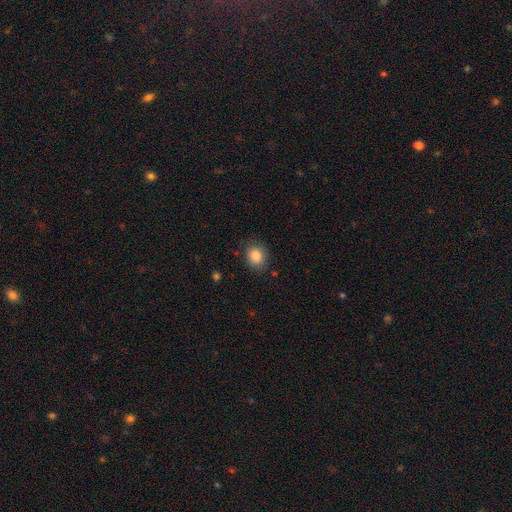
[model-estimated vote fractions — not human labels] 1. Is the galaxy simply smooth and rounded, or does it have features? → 87% smooth, 9% star or artifact, 4% featured or disk.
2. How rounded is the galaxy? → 62% round, 37% in between, 1% cigar-shaped.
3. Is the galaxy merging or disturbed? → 82% none, 13% minor disturbance, 4% major disturbance, 1% merger.